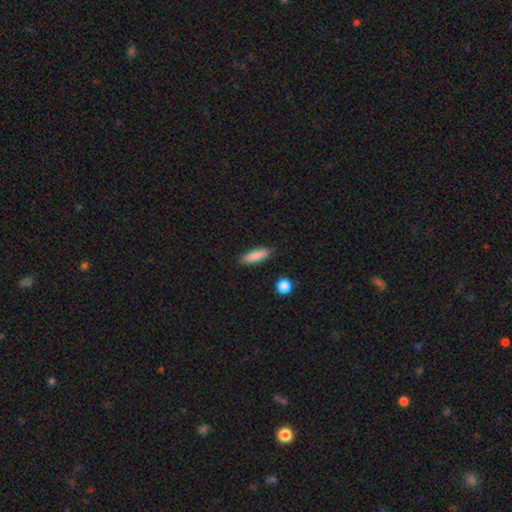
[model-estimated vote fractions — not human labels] A smooth galaxy with no disk features (86%) that is cigar-shaped (61%). Merging: none (89%).